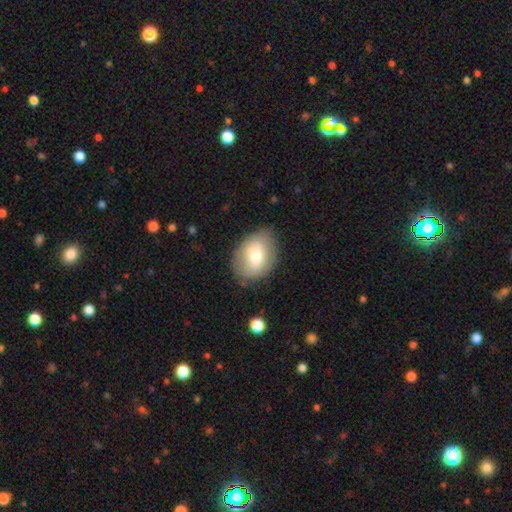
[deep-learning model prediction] This appears to be a smooth galaxy with no disk features (67%) that is in between round and cigar-shaped (75%). Merging: none (77%).